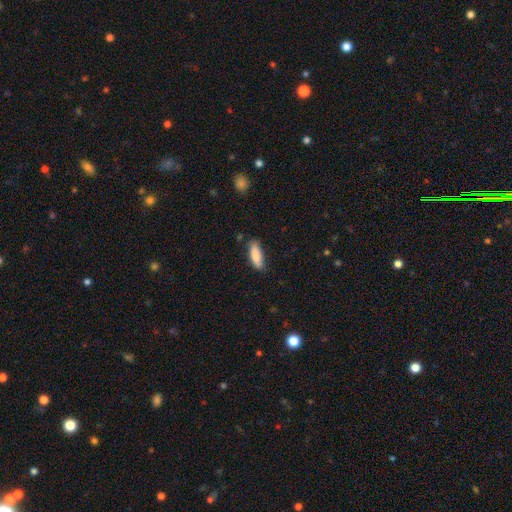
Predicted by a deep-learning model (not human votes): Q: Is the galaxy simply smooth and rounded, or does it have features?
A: smooth — 86%.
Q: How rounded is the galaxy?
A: in between — 59%.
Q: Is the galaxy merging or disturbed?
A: none — 75%.